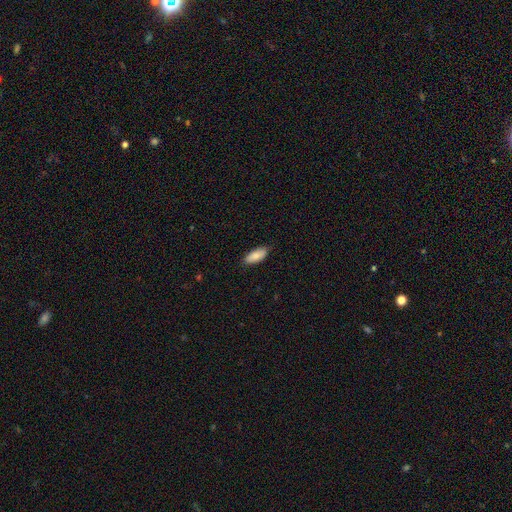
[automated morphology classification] A smooth galaxy with no disk features (83%) that is in between round and cigar-shaped (83%).

Vote fractions:
- Smooth or featured? smooth: 83% / featured or disk: 11% / star or artifact: 6%
- How rounded? in between: 83% / cigar-shaped: 15% / round: 2%
- Merging? none: 85% / minor disturbance: 12% / major disturbance: 2% / merger: 1%